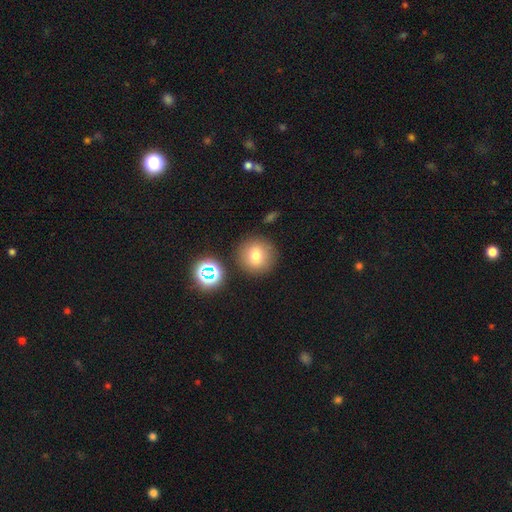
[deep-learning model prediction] Smooth or featured: smooth — 73% (star or artifact — 14%)
How rounded: round — 92% (in between — 7%)
Merging: none — 84% (minor disturbance — 8%)